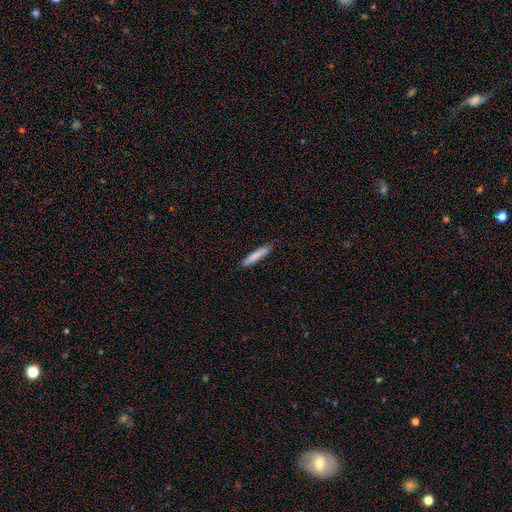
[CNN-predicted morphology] A smooth galaxy with no disk features (82%) that is cigar-shaped (92%).

Vote fractions:
- Smooth or featured? smooth: 82% / featured or disk: 12% / star or artifact: 6%
- How rounded? cigar-shaped: 92% / in between: 7% / round: 1%
- Merging? none: 83% / minor disturbance: 14% / major disturbance: 2% / merger: 1%